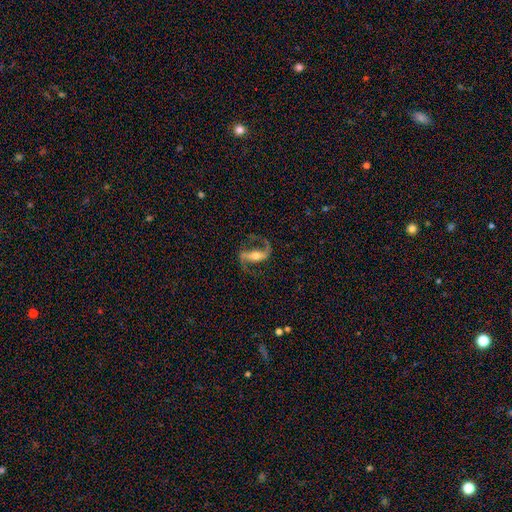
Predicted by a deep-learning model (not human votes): This appears to be a featured or disk galaxy (90%) with a strong bar (58%), 2 (93%) loose (57%) spiral arms (97%) and a moderate central bulge (59%). Merging: none (78%).